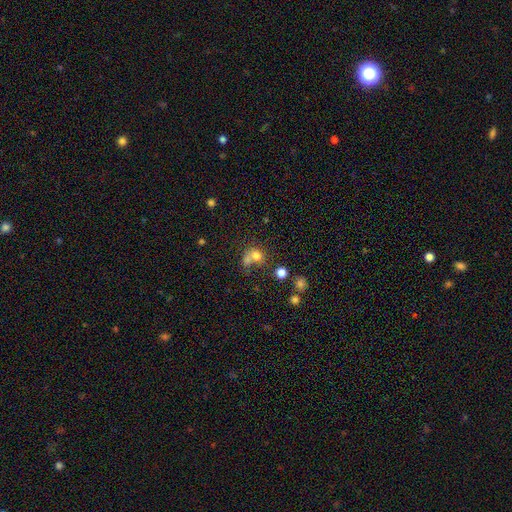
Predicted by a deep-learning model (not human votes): Smooth or featured: smooth — 72% (star or artifact — 15%)
How rounded: round — 69% (in between — 30%)
Merging: merger — 42% (none — 36%)